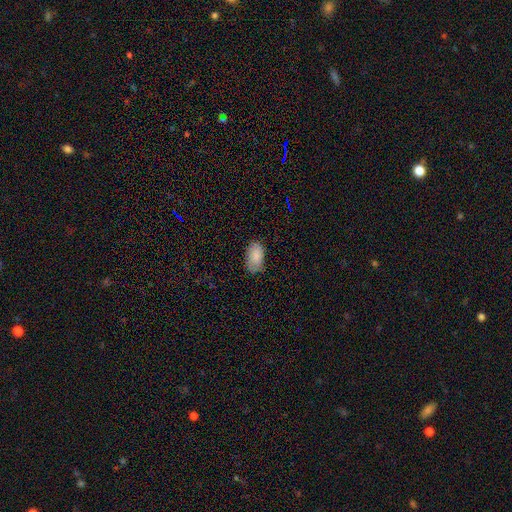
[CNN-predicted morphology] Smooth or featured? smooth (85%)
How rounded? in between (94%)
Merging? none (71%)